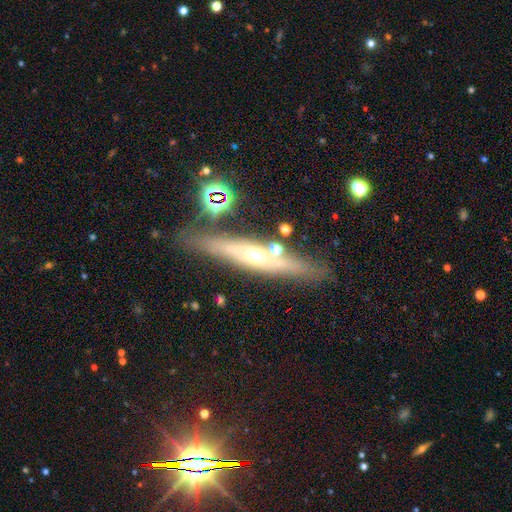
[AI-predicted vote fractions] Overall: featured or disk (62%; smooth 26%). Edge-on disk: yes (84%). Edge-on bulge: rounded (83%). Merging: none (80%).